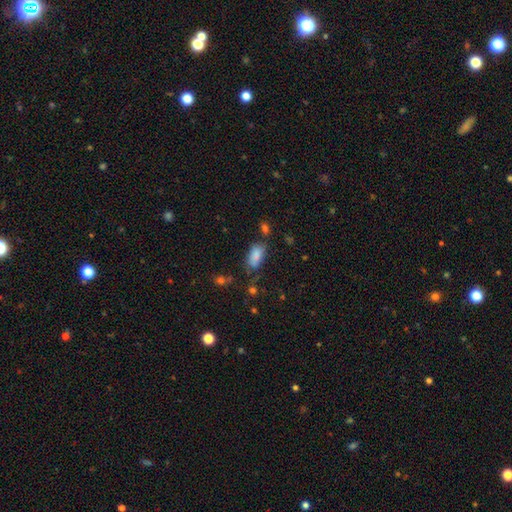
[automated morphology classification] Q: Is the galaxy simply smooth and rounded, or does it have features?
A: smooth — 84%.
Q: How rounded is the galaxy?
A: in between — 92%.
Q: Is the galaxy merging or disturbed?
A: none — 61%.